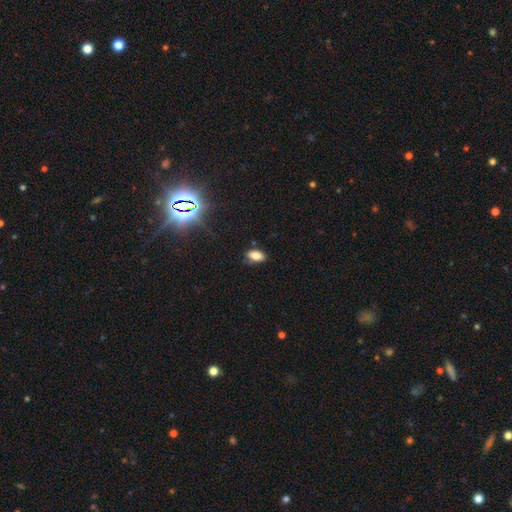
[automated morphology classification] smooth_or_featured: smooth (p=0.81) [alt: star or artifact p=0.11]
how_rounded: in between (p=0.90) [alt: round p=0.06]
merging: none (p=0.76) [alt: minor disturbance p=0.19]